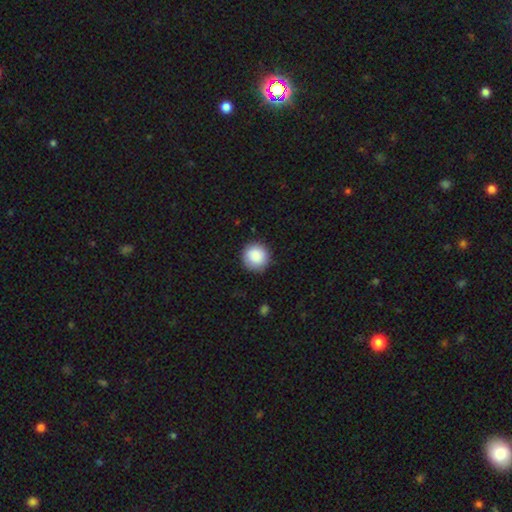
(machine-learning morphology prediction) Smooth or featured: smooth — 88% (star or artifact — 8%)
How rounded: round — 94% (in between — 5%)
Merging: none — 89% (minor disturbance — 8%)